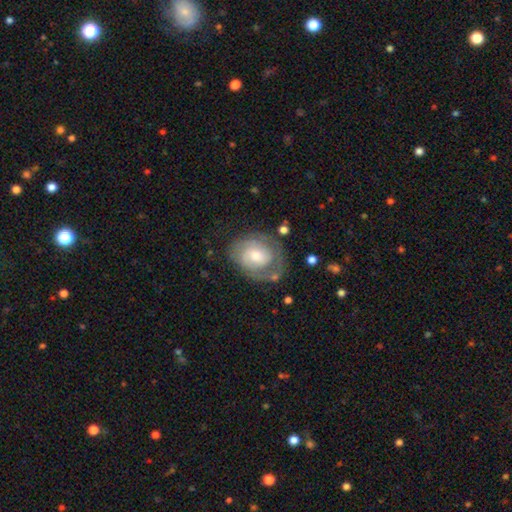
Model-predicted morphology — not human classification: Smooth or featured?
  - featured or disk: 71% *
  - smooth: 23%
  - star or artifact: 6%
Edge-on disk?
  - no: 97% *
  - yes: 3%
Bar?
  - no: 64% *
  - weak: 31%
  - strong: 5%
Spiral arms?
  - yes: 85% *
  - no: 15%
Spiral winding?
  - tight: 59% *
  - medium: 31%
  - loose: 10%
Spiral arm count?
  - 2: 46% *
  - can't tell: 27%
  - 1: 16%
  - 3: 7%
  - 4: 2%
  - more than 4: 2%
Bulge size?
  - moderate: 57% *
  - small: 34%
  - large: 7%
  - none: 2%
  - dominant: 1%
Merging?
  - none: 62% *
  - minor disturbance: 22%
  - major disturbance: 13%
  - merger: 3%